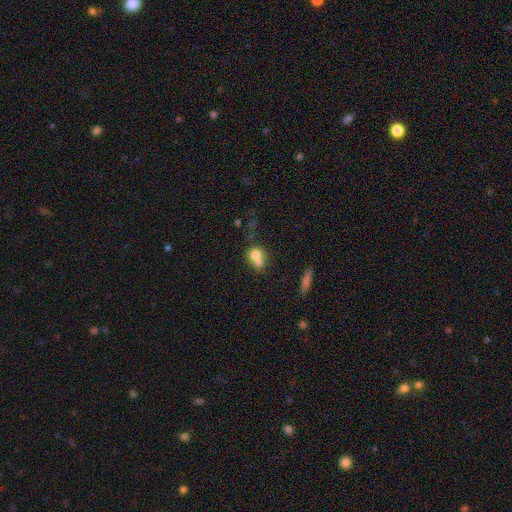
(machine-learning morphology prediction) Q: Smooth or featured?
A: smooth (70%); runner-up: featured or disk (20%)
Q: How rounded?
A: round (67%); runner-up: in between (31%)
Q: Merging?
A: merger (63%); runner-up: none (25%)